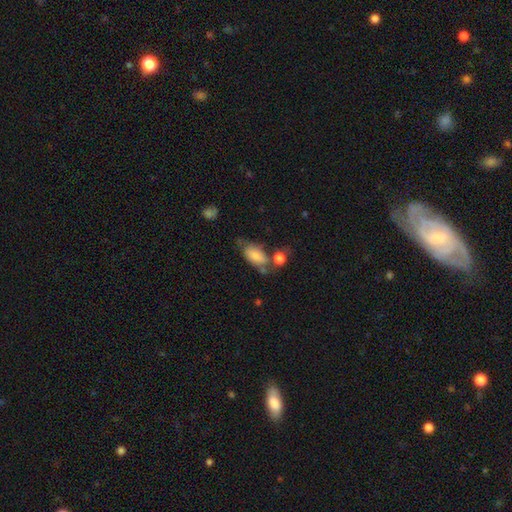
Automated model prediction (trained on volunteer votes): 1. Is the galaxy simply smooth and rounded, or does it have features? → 77% smooth, 16% featured or disk, 7% star or artifact.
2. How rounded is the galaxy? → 90% in between, 6% round, 4% cigar-shaped.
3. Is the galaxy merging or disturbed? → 41% none, 24% merger, 23% minor disturbance, 13% major disturbance.